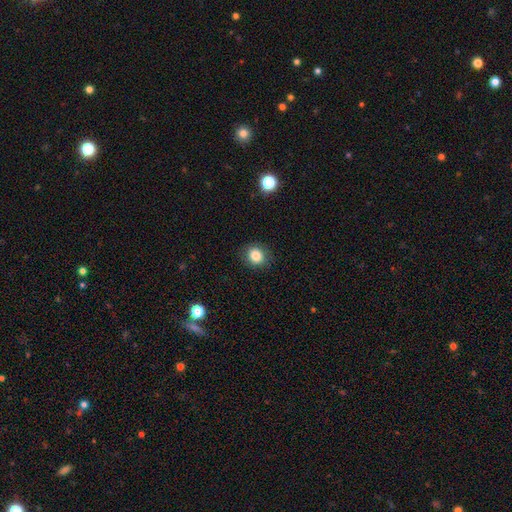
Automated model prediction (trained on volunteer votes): Smooth or featured: smooth — 84% (star or artifact — 10%)
How rounded: round — 78% (in between — 21%)
Merging: none — 87% (minor disturbance — 9%)